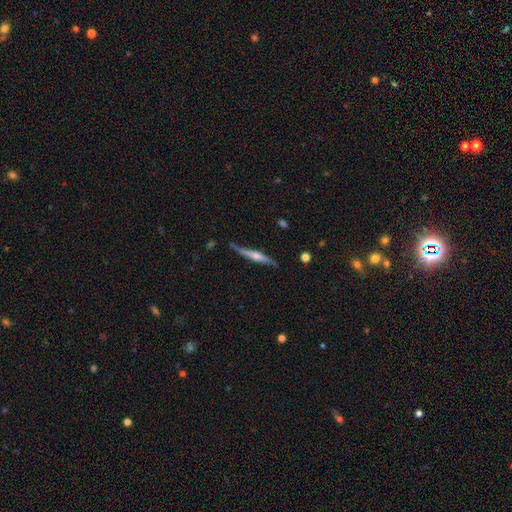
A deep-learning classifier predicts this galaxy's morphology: featured or disk 68%, smooth 26%, star or artifact 6%. Down the decision tree: edge-on disk — yes (95%); edge-on bulge — rounded (72%); merging — none (75%).